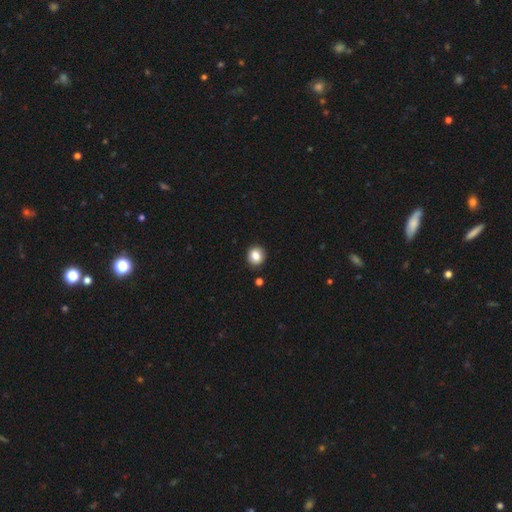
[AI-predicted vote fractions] The model was most divided on "how rounded": round: 84%, in between: 15%, cigar-shaped: 1%. More confident: merging — none (90%); smooth or featured — smooth (85%).